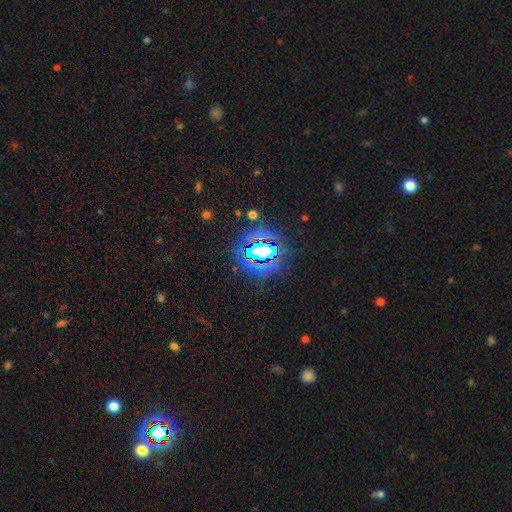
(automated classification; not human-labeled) smooth-or-featured: star or artifact: 76% | smooth: 14% | featured or disk: 9%